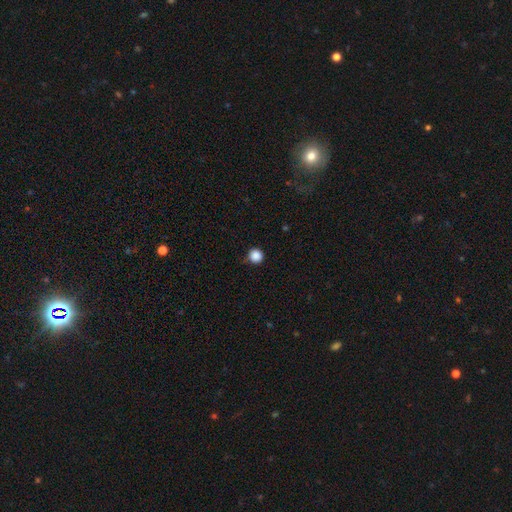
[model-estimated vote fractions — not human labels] Morphology: type=smooth (87%); roundness=round (96%); merging=none (87%).